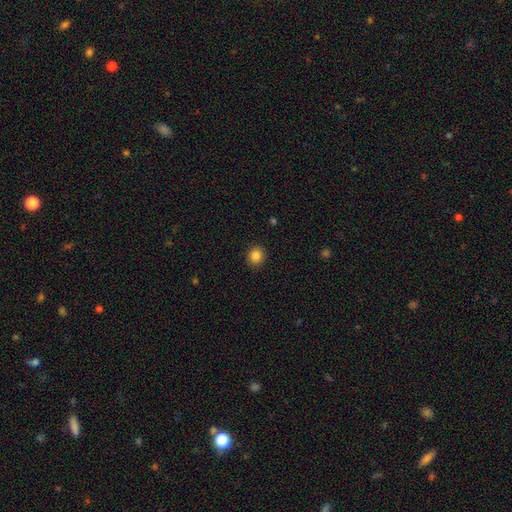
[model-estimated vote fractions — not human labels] This appears to be a smooth galaxy with no disk features (85%) that is round (83%). Merging: none (91%).